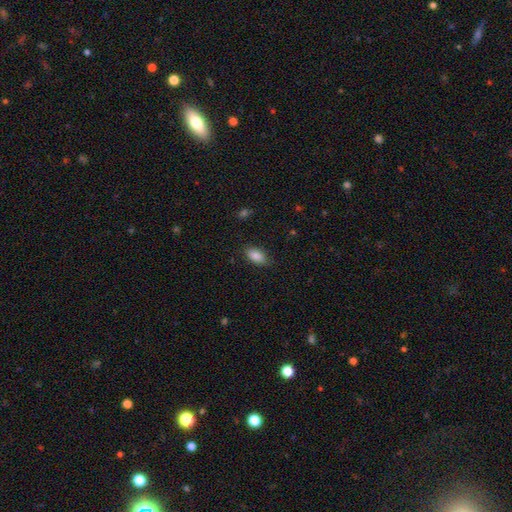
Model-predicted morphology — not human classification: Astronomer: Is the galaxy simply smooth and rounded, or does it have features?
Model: smooth — 87%.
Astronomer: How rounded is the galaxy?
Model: in between — 91%.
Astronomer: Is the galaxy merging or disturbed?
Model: none — 83%.